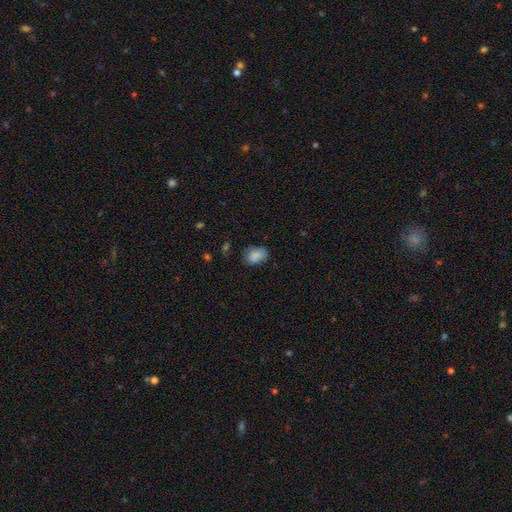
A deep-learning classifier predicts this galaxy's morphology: type=smooth (85%); roundness=in between (78%); merging=none (68%).